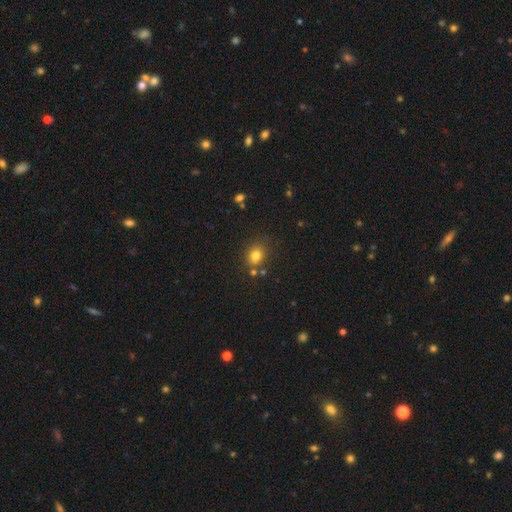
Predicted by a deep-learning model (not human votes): smooth 79%, star or artifact 14%, featured or disk 8%. Down the decision tree: how rounded — round (63%); merging — none (74%).